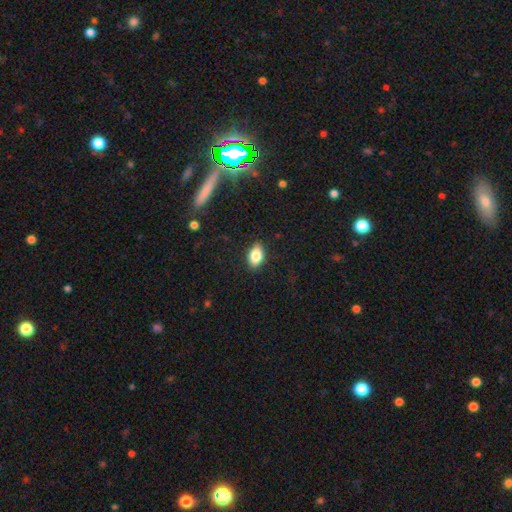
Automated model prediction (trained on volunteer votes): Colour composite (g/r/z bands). It shows a smooth galaxy with no disk features (78%) that is in between round and cigar-shaped (85%). Merging: none (85%).